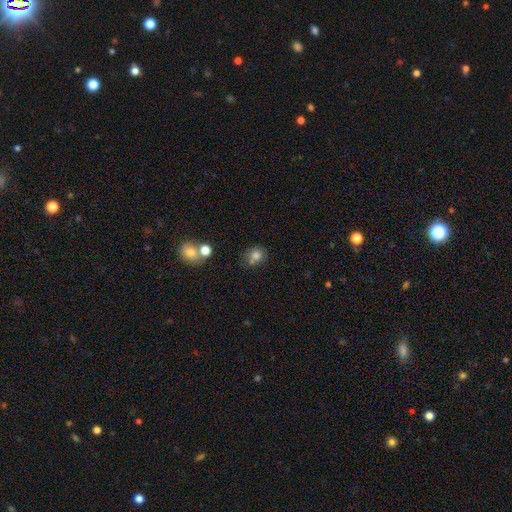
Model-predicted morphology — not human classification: smooth_or_featured: smooth (p=0.78) [alt: star or artifact p=0.12]
how_rounded: round (p=0.64) [alt: in between p=0.35]
merging: none (p=0.49) [alt: merger p=0.23]